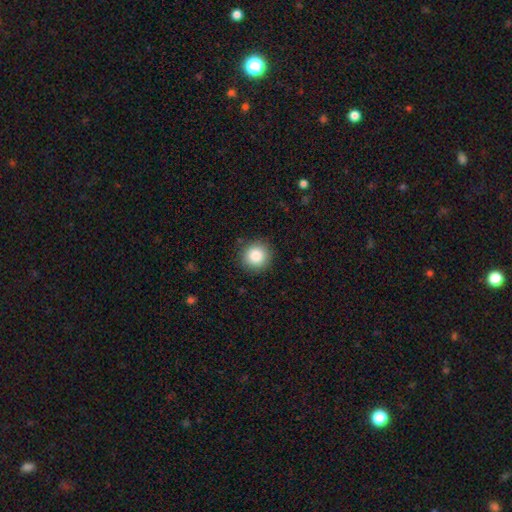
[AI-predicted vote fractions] Smooth or featured? smooth (86%)
How rounded? round (94%)
Merging? none (90%)